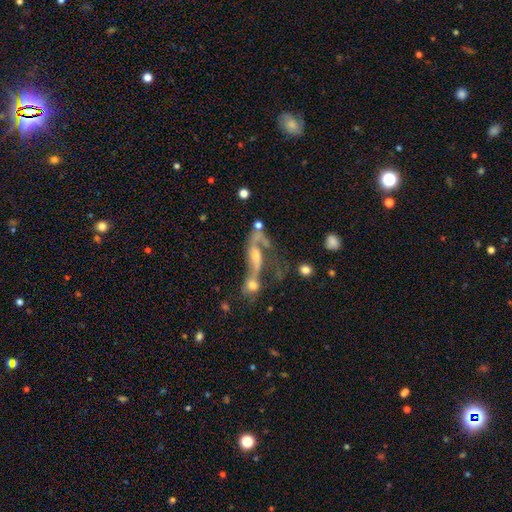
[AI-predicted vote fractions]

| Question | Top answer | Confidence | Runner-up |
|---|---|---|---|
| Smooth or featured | featured or disk | 69% | smooth (19%) |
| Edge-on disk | no | 88% | yes (12%) |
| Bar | no | 50% | weak (34%) |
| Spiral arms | yes | 77% | no (23%) |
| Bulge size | moderate | 45% | small (33%) |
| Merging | merger | 51% | major disturbance (20%) |